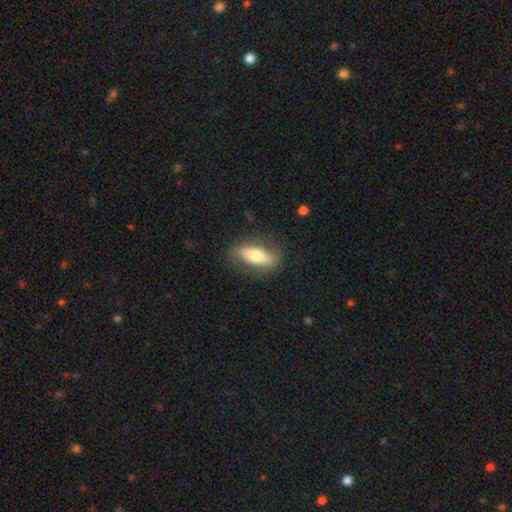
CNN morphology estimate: smooth 55%, featured or disk 39%, star or artifact 6%. Down the decision tree: how rounded — in between (79%); merging — none (79%).